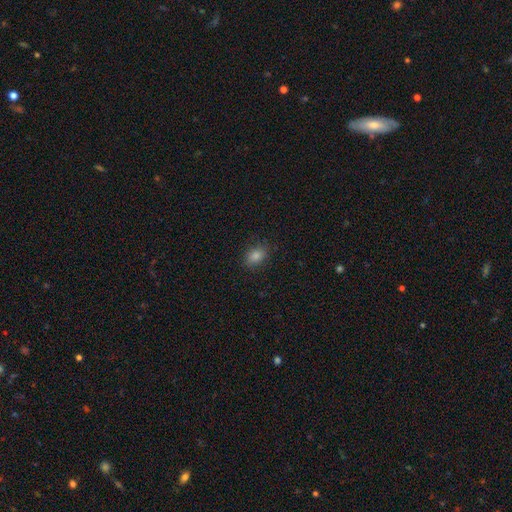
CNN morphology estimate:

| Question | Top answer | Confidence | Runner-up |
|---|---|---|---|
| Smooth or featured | smooth | 80% | star or artifact (13%) |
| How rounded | in between | 76% | round (22%) |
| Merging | none | 85% | minor disturbance (11%) |